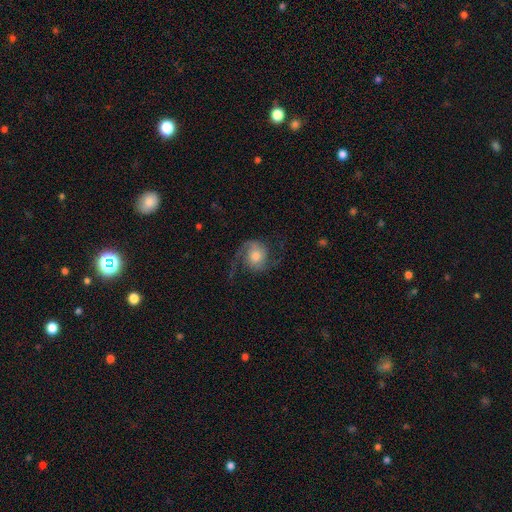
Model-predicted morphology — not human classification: The model was most divided on "spiral winding": loose: 50%, medium: 40%, tight: 10%. More confident: edge-on disk — no (98%); spiral arms — yes (96%); spiral arm count — 2 (91%); smooth or featured — featured or disk (79%); merging — none (70%); bar — no (69%); bulge size — moderate (59%).